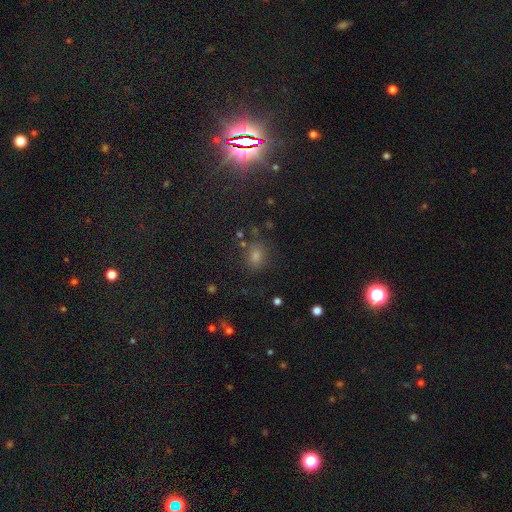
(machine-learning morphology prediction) A smooth galaxy with no disk features (50%) that is round (55%).

Vote fractions:
- Smooth or featured? smooth: 50% / star or artifact: 40% / featured or disk: 10%
- How rounded? round: 55% / in between: 42% / cigar-shaped: 2%
- Merging? none: 78% / minor disturbance: 13% / major disturbance: 5% / merger: 4%